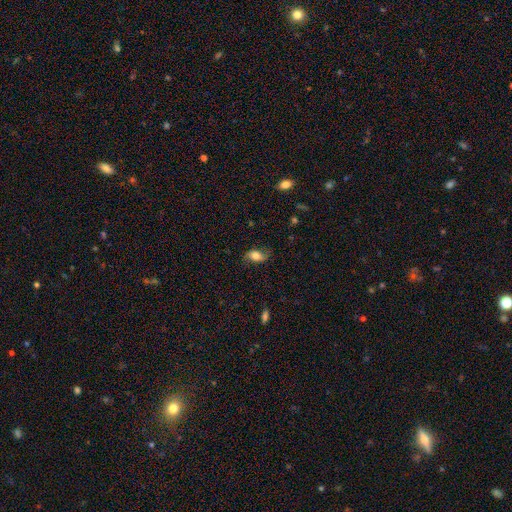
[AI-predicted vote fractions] Smooth or featured: smooth — 61% (featured or disk — 29%)
How rounded: in between — 83% (round — 14%)
Merging: none — 70% (minor disturbance — 20%)